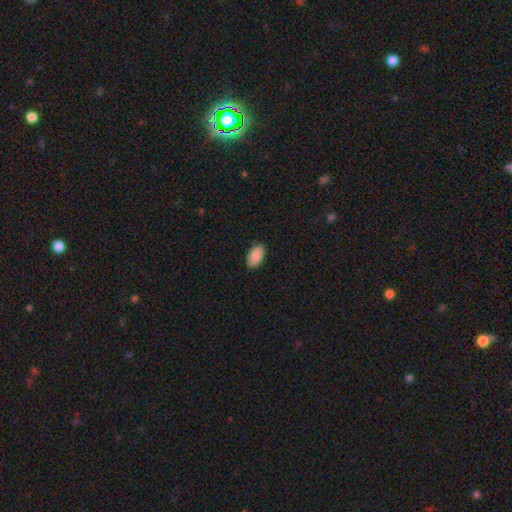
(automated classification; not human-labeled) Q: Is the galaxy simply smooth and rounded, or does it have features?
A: smooth — 90%.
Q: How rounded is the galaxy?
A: in between — 95%.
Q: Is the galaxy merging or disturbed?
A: none — 87%.